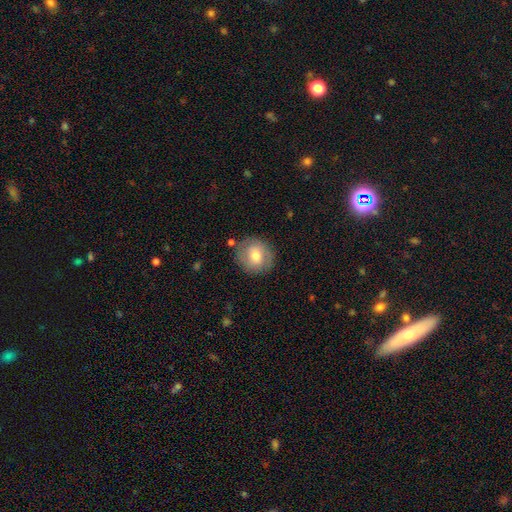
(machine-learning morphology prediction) smooth 64%, featured or disk 28%, star or artifact 8%. Down the decision tree: how rounded — round (85%); merging — none (82%).